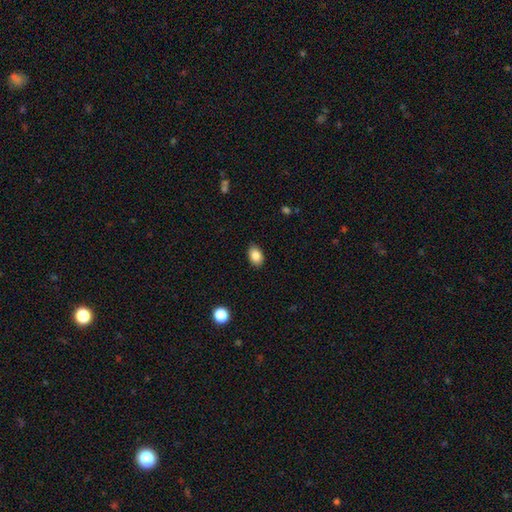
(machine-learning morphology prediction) This appears to be a smooth galaxy with no disk features (86%) that is in between round and cigar-shaped (83%). Merging: none (88%).